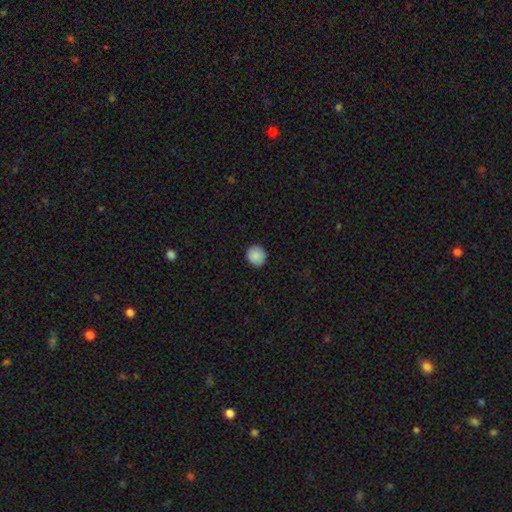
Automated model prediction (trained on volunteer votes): Smooth or featured? smooth (89%)
How rounded? round (89%)
Merging? none (91%)